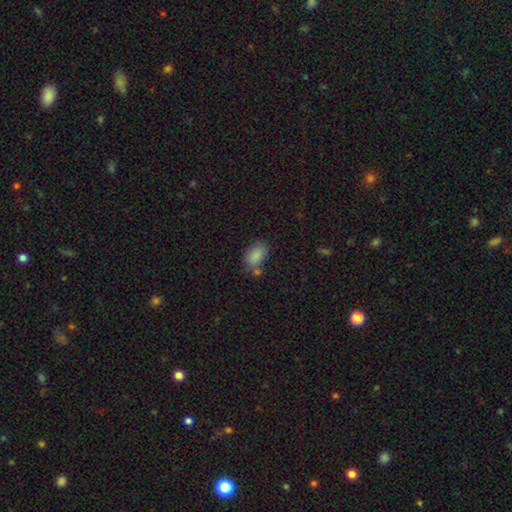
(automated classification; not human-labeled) smooth_or_featured: smooth (p=0.86) [alt: star or artifact p=0.09]
how_rounded: in between (p=0.90) [alt: round p=0.09]
merging: none (p=0.61) [alt: minor disturbance p=0.18]